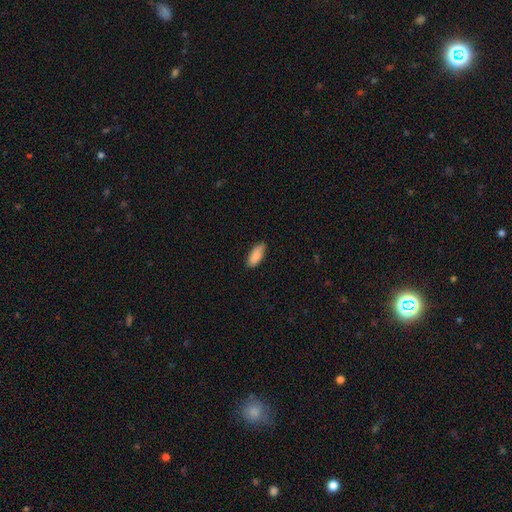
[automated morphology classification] Smooth or featured: smooth — 89% (star or artifact — 6%)
How rounded: in between — 83% (cigar-shaped — 15%)
Merging: none — 75% (minor disturbance — 21%)